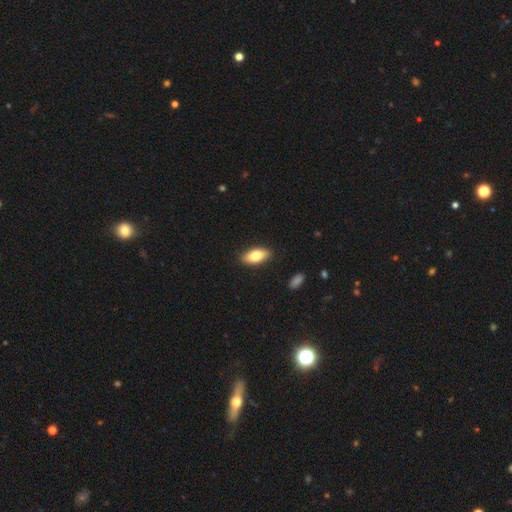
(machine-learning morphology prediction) Smooth or featured? smooth (78%)
How rounded? in between (85%)
Merging? none (88%)